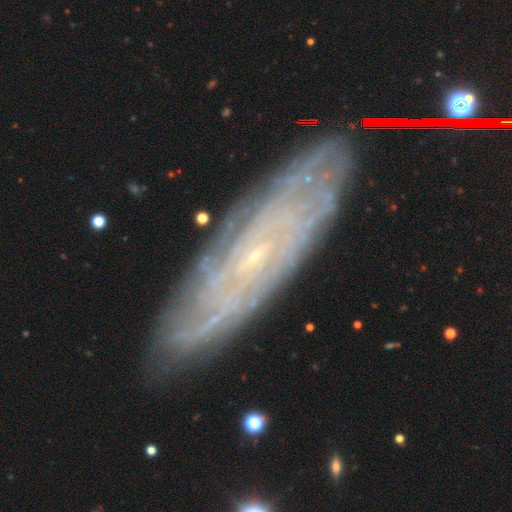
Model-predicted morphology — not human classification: Q: Smooth or featured?
A: featured or disk (80%); runner-up: smooth (10%)
Q: Edge-on disk?
A: no (80%); runner-up: yes (20%)
Q: Bar?
A: no (68%); runner-up: weak (24%)
Q: Spiral arms?
A: yes (94%); runner-up: no (6%)
Q: Spiral winding?
A: tight (77%); runner-up: medium (18%)
Q: Spiral arm count?
A: can't tell (52%); runner-up: 2 (13%)
Q: Bulge size?
A: small (88%); runner-up: moderate (7%)
Q: Merging?
A: none (84%); runner-up: minor disturbance (12%)